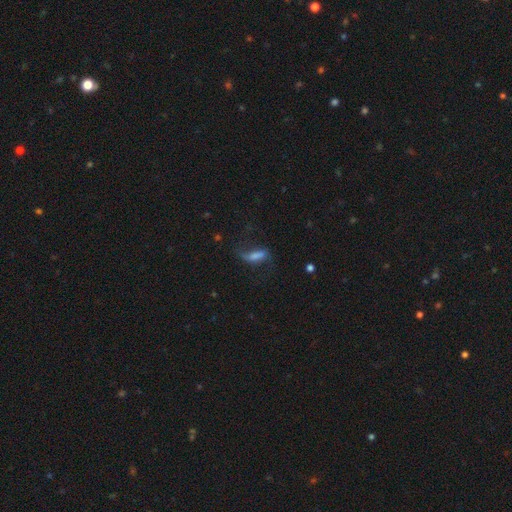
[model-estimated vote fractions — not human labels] This is possibly a featured or disk galaxy (50%). It is clearly not viewed edge-on (80%). Merging: possibly none (54%).